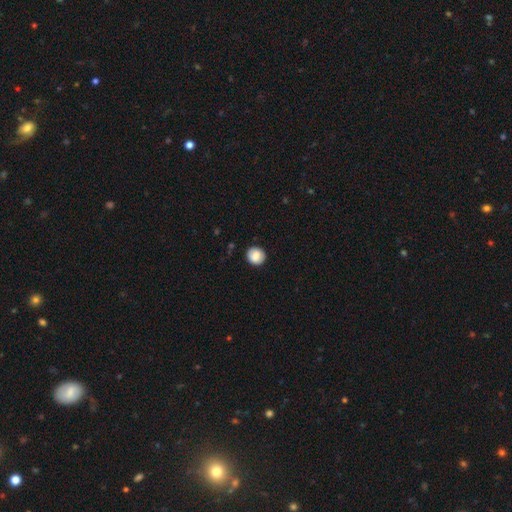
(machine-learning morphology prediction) This is clearly a smooth galaxy (82%). How rounded: clearly round (86%). Merging: clearly none (89%).